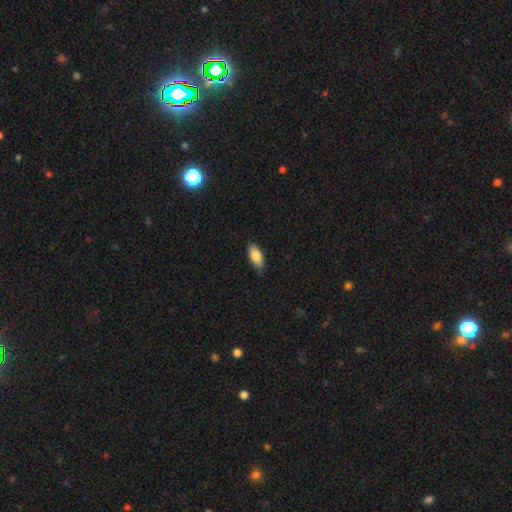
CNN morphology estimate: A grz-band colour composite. It shows a smooth galaxy with no disk features (84%) that is in between round and cigar-shaped (89%). Merging: none (82%).